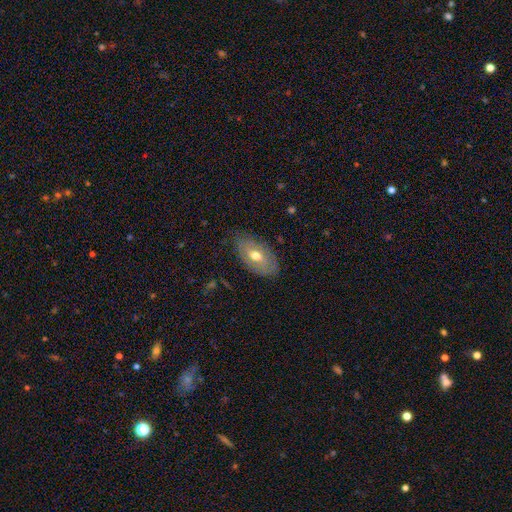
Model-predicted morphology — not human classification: smooth 53%, featured or disk 41%, star or artifact 7%. Down the decision tree: how rounded — in between (92%); merging — none (76%).